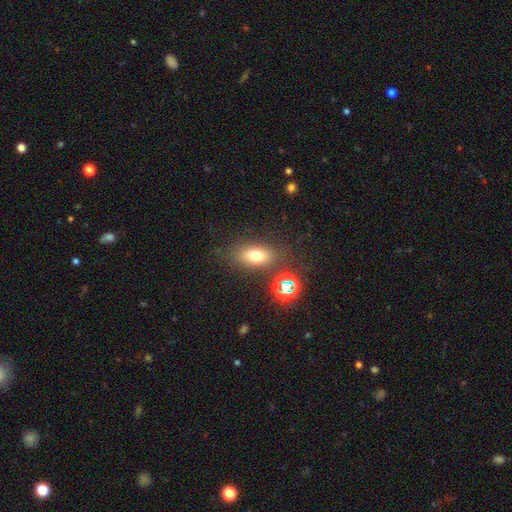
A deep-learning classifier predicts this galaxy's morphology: smooth 71%, star or artifact 16%, featured or disk 13%. Down the decision tree: how rounded — in between (79%); merging — none (79%).